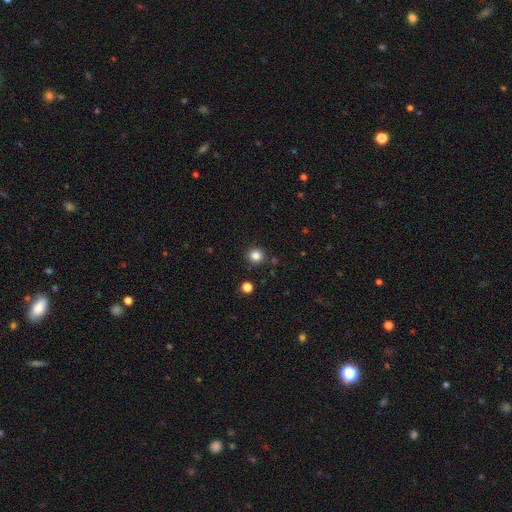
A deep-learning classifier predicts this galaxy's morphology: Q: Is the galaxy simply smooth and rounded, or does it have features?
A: smooth — 84%.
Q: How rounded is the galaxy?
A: round — 91%.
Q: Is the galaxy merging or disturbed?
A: none — 90%.